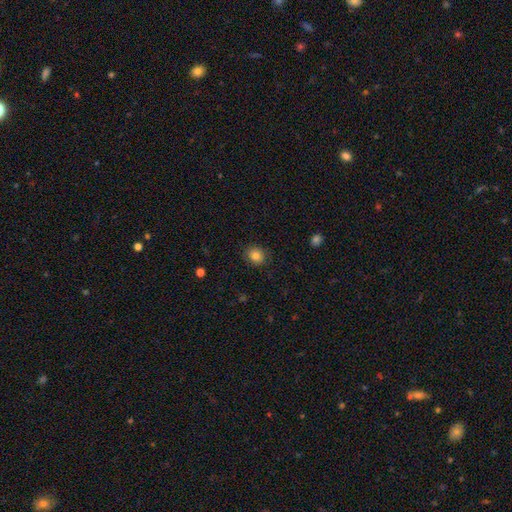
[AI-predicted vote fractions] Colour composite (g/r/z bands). It shows a smooth galaxy with no disk features (82%) that is round (75%). Merging: none (85%).